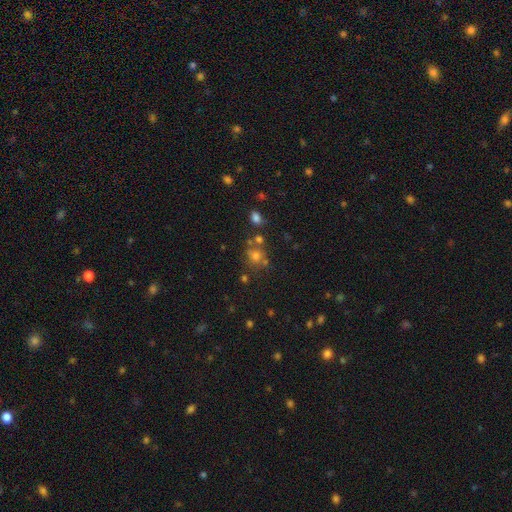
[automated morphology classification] The model was most divided on "smooth or featured": smooth: 59%, star or artifact: 27%, featured or disk: 14%. More confident: how rounded — round (80%); merging — none (62%).